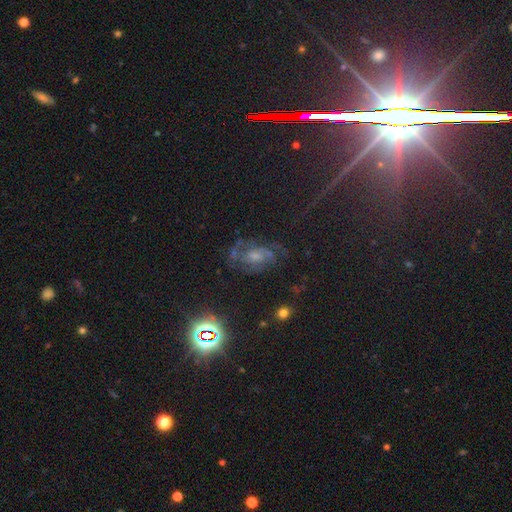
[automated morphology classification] smooth-or-featured: featured or disk: 58% | star or artifact: 25% | smooth: 17%
  disk-edge-on: no: 95% | yes: 5%
    bar: no: 62% | weak: 31% | strong: 7%
    has-spiral-arms: yes: 85% | no: 15%
    bulge-size: moderate: 43% | small: 36% | none: 10% | large: 9% | dominant: 2%
  merging: none: 60% | minor disturbance: 20% | major disturbance: 18% | merger: 3%